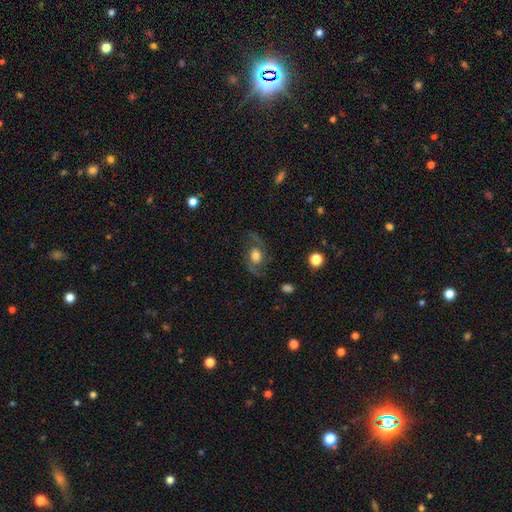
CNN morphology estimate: featured or disk 73%, smooth 18%, star or artifact 8%. Down the decision tree: edge-on disk — no (96%); bar — no (64%); spiral arms — yes (90%); spiral arm count — 2 (92%); spiral winding — medium (47%); bulge size — moderate (55%); merging — none (73%).